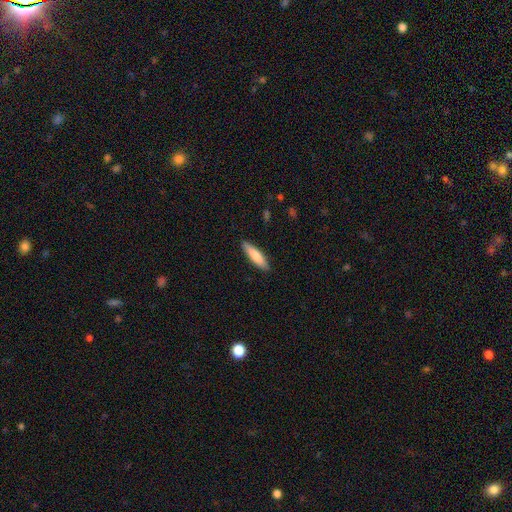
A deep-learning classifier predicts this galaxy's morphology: Smooth or featured: smooth — 81% (featured or disk — 14%)
How rounded: cigar-shaped — 72% (in between — 27%)
Merging: none — 88% (minor disturbance — 9%)